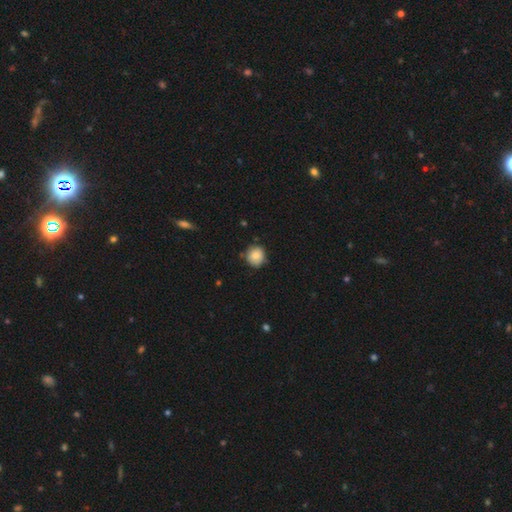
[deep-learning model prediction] Smooth or featured: smooth — 83% (featured or disk — 9%)
How rounded: round — 87% (in between — 12%)
Merging: none — 76% (minor disturbance — 19%)